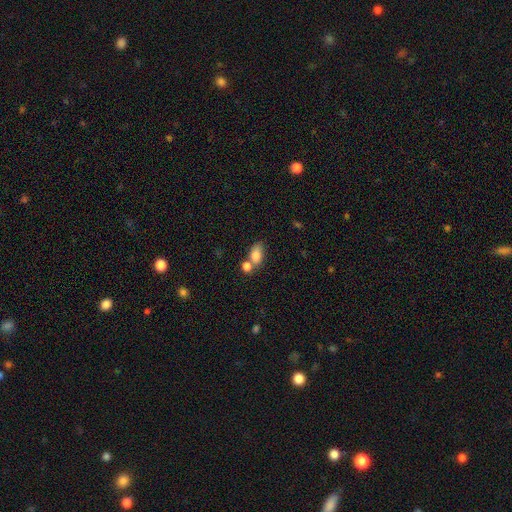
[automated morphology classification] The model was most divided on "merging": none: 41%, merger: 39%, minor disturbance: 14%, major disturbance: 6%. More confident: how rounded — in between (84%); smooth or featured — smooth (80%).